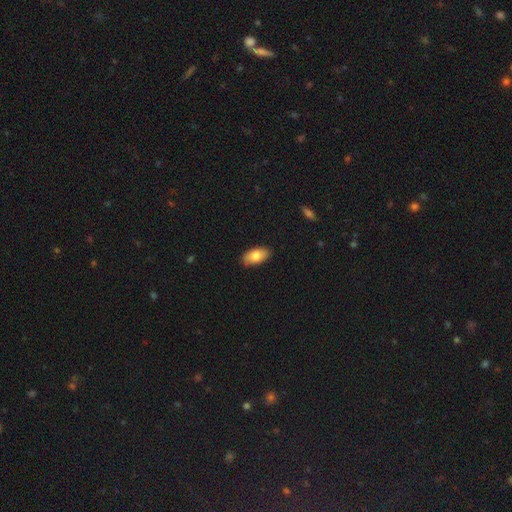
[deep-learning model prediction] smooth 80%, featured or disk 13%, star or artifact 6%. Down the decision tree: how rounded — in between (93%); merging — none (88%).